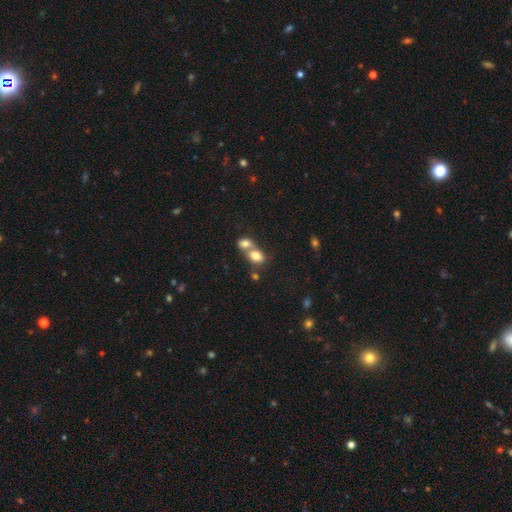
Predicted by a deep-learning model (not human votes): smooth 78%, featured or disk 12%, star or artifact 10%. Down the decision tree: how rounded — in between (66%); merging — merger (67%).